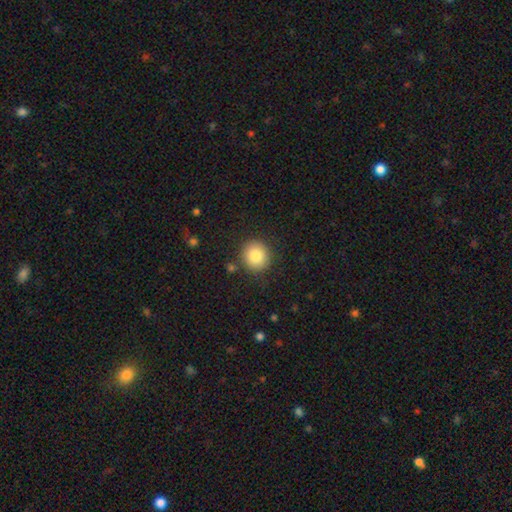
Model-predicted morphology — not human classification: Smooth or featured? smooth (83%)
How rounded? round (91%)
Merging? none (87%)